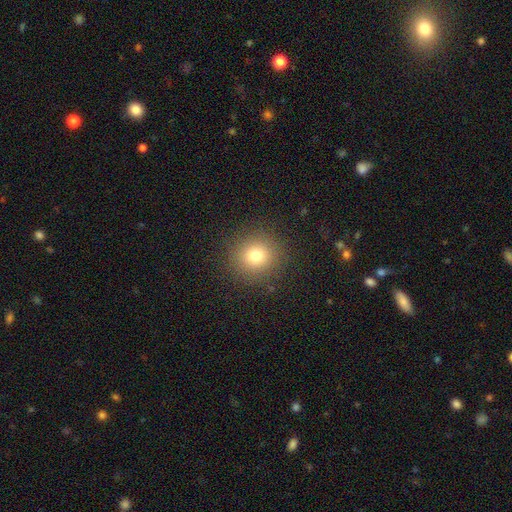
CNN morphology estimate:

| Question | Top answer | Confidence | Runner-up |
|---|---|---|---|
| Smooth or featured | smooth | 76% | star or artifact (15%) |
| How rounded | round | 93% | in between (6%) |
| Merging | none | 89% | minor disturbance (7%) |